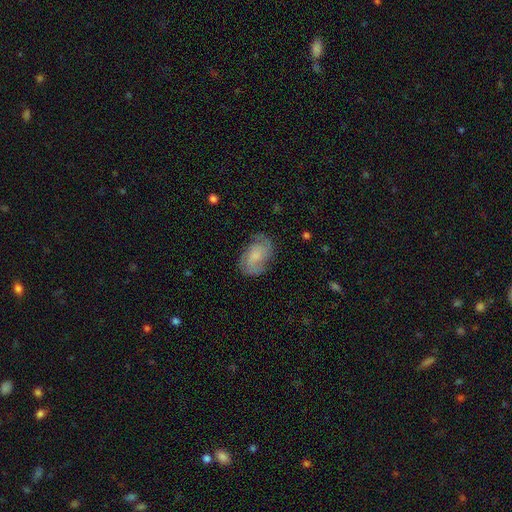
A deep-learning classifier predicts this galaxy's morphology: type=featured or disk (53%); edge-on=no (96%); bar=no (64%); spiral arms=yes (87%); bulge=small (35%); merging=none (70%).